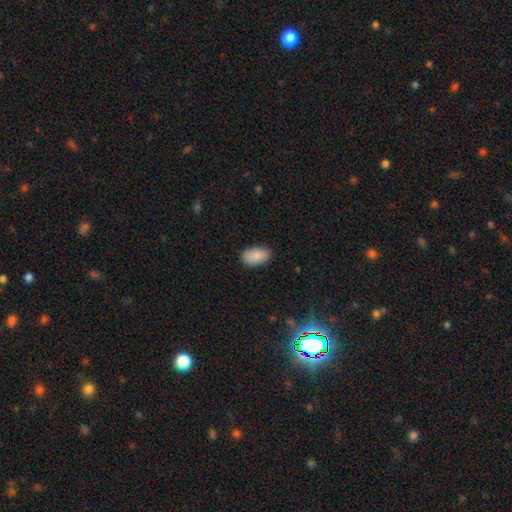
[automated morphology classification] Smooth or featured? Predicted: smooth (p=0.88). How rounded? Predicted: in between (p=0.94). Merging? Predicted: none (p=0.86).